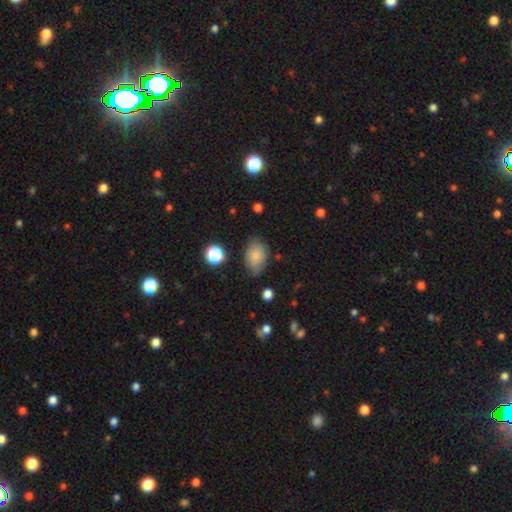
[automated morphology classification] smooth_or_featured: smooth (p=0.80) [alt: featured or disk p=0.10]
how_rounded: in between (p=0.80) [alt: round p=0.19]
merging: none (p=0.65) [alt: minor disturbance p=0.26]